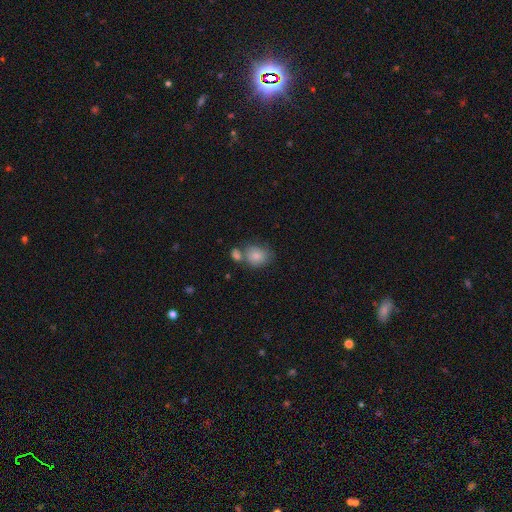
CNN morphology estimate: smooth_or_featured: smooth (p=0.83) [alt: featured or disk p=0.10]
how_rounded: round (p=0.62) [alt: in between p=0.37]
merging: none (p=0.46) [alt: merger p=0.33]